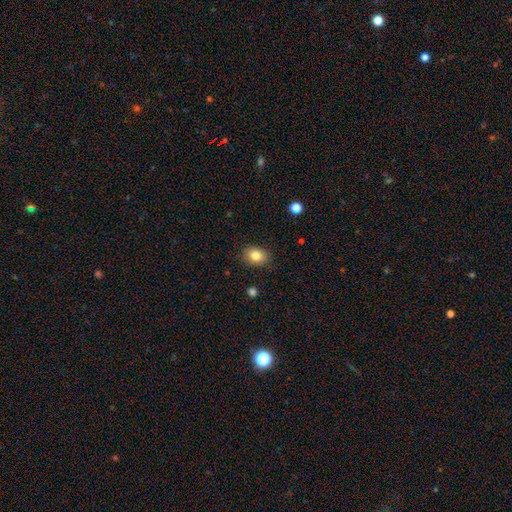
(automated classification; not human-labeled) smooth-or-featured: smooth: 83% | star or artifact: 9% | featured or disk: 8%
  how-rounded: in between: 62% | round: 37% | cigar-shaped: 1%
  merging: none: 86% | minor disturbance: 11% | major disturbance: 2% | merger: 1%